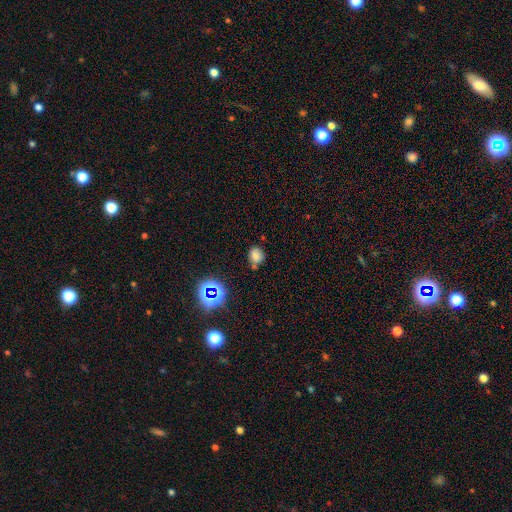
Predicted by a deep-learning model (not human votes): The model was most divided on "how rounded": round: 58%, in between: 41%, cigar-shaped: 1%. More confident: smooth or featured — smooth (71%); merging — none (71%).